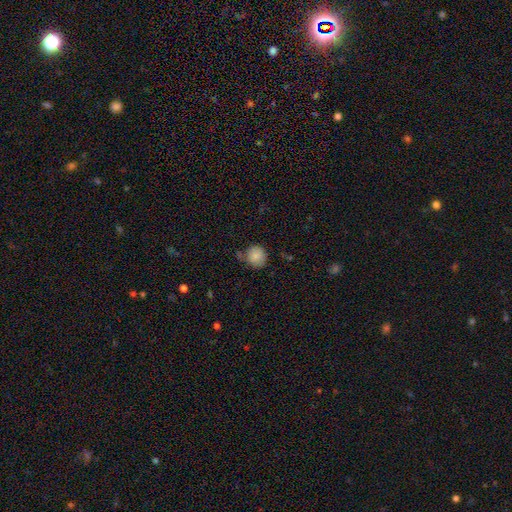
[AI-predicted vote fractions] Smooth or featured? Predicted: smooth (p=0.85). How rounded? Predicted: round (p=0.92). Merging? Predicted: none (p=0.73).